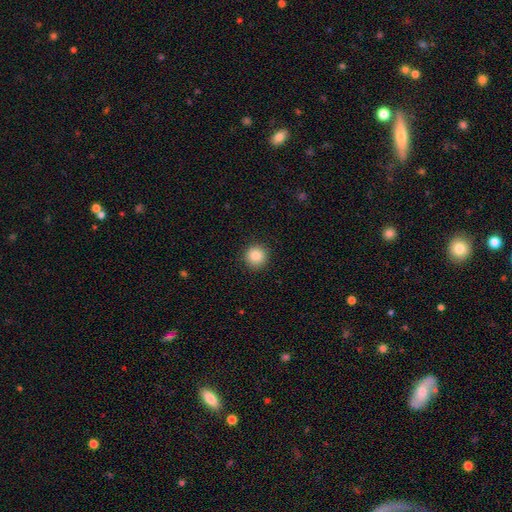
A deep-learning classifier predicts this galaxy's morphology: A smooth galaxy with no disk features (87%) that is round (95%). Merging: none (91%).